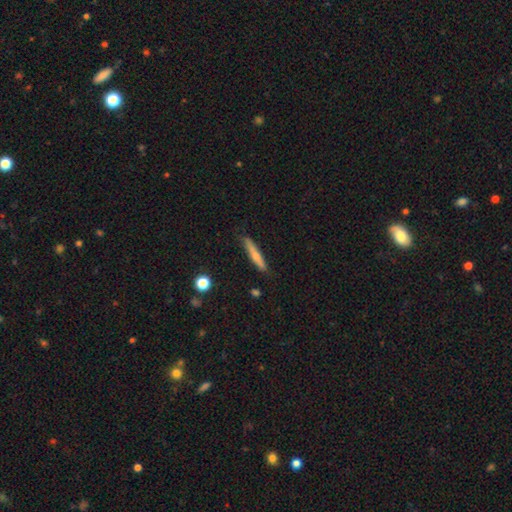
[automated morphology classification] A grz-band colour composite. It shows a smooth galaxy with no disk features (65%) that is cigar-shaped (91%). Merging: none (81%).